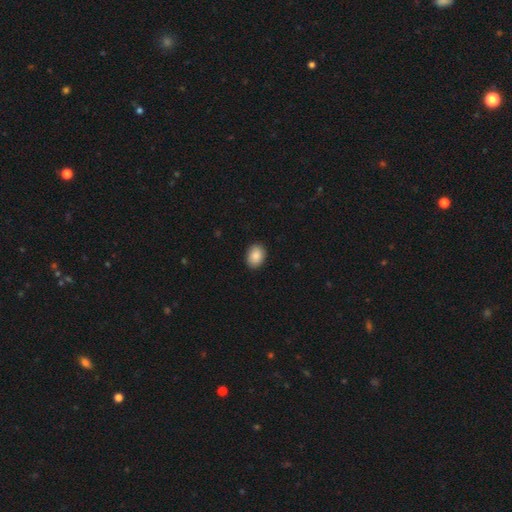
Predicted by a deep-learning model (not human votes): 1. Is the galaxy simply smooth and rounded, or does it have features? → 89% smooth, 7% star or artifact, 4% featured or disk.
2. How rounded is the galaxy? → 70% in between, 29% round, 1% cigar-shaped.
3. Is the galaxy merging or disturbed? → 89% none, 8% minor disturbance, 2% major disturbance, 1% merger.